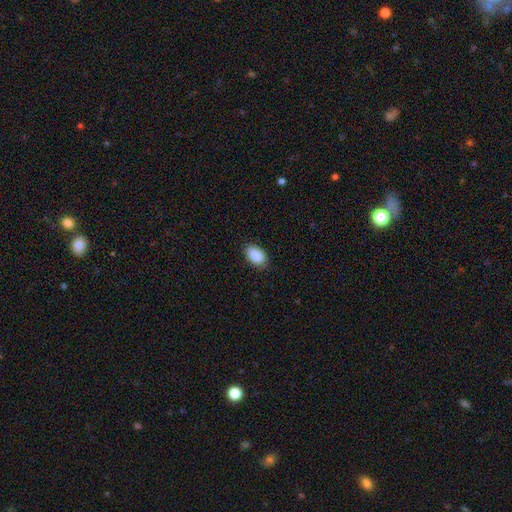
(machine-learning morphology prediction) smooth-or-featured: smooth: 89% | star or artifact: 7% | featured or disk: 4%
  how-rounded: in between: 91% | round: 7% | cigar-shaped: 1%
  merging: none: 85% | minor disturbance: 12% | major disturbance: 2% | merger: 1%